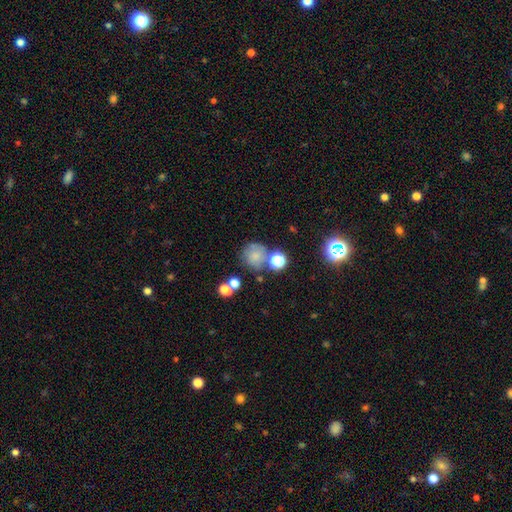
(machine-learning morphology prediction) Smooth or featured?
  - smooth: 70% *
  - star or artifact: 17%
  - featured or disk: 14%
How rounded?
  - round: 86% *
  - in between: 13%
  - cigar-shaped: 1%
Merging?
  - none: 57% *
  - merger: 18%
  - minor disturbance: 16%
  - major disturbance: 8%